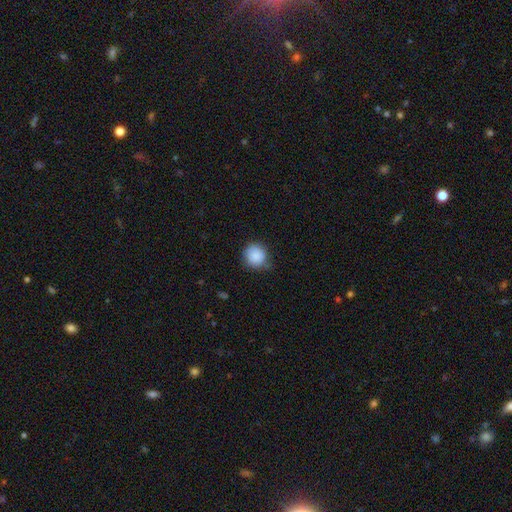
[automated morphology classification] Smooth or featured? smooth (88%)
How rounded? round (89%)
Merging? none (73%)